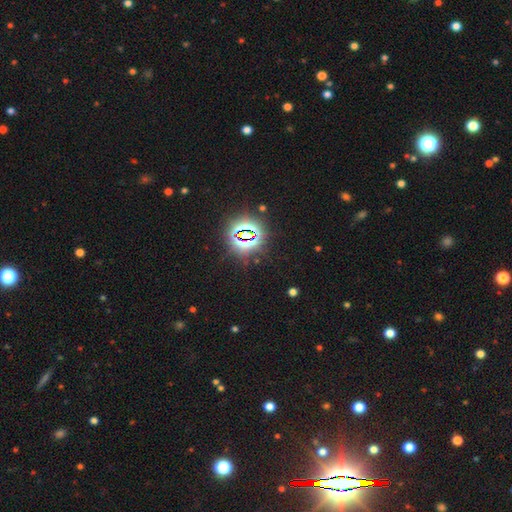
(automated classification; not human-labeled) This is clearly a star or artifact rather than a galaxy (81%).